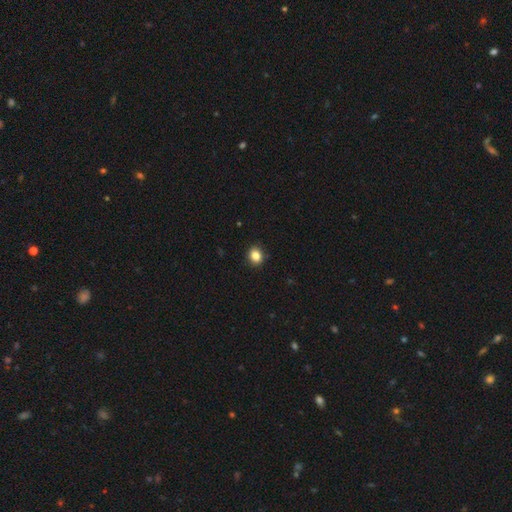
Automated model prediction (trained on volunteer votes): Smooth or featured? smooth (85%)
How rounded? round (68%)
Merging? none (91%)